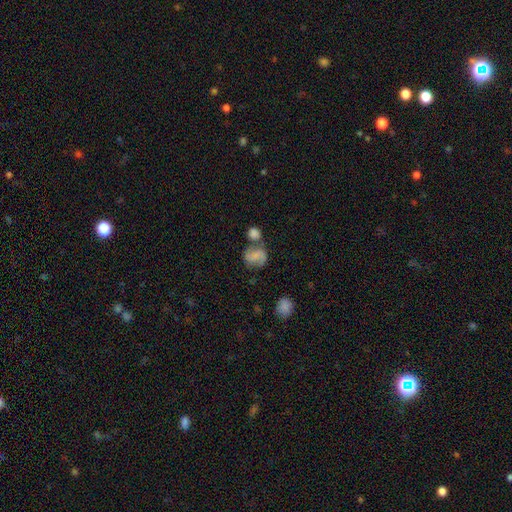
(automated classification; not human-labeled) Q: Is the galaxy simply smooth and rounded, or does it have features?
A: featured or disk — 56%.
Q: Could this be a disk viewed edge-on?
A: no — 98%.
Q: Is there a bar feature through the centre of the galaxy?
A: no — 45%.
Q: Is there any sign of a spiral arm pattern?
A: yes — 90%.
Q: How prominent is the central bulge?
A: none — 44%.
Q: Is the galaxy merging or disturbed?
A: none — 47%.